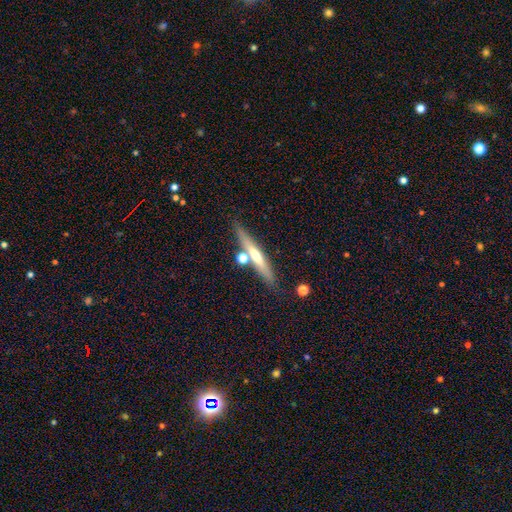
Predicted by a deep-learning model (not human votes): Q: Smooth or featured?
A: featured or disk (51%); runner-up: smooth (41%)
Q: Edge-on disk?
A: yes (91%); runner-up: no (9%)
Q: Merging?
A: none (73%); runner-up: merger (13%)